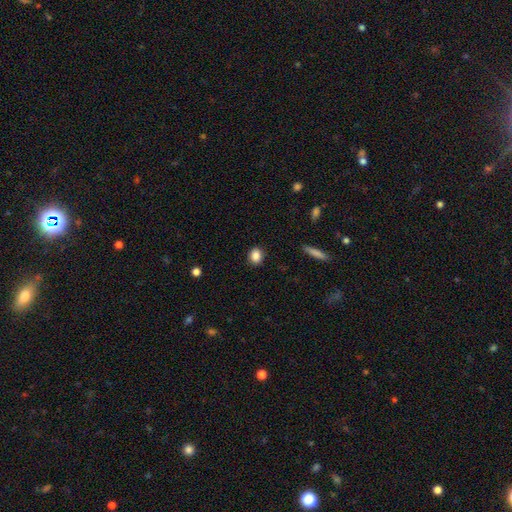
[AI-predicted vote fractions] Morphology: type=smooth (86%); roundness=round (53%); merging=none (89%).